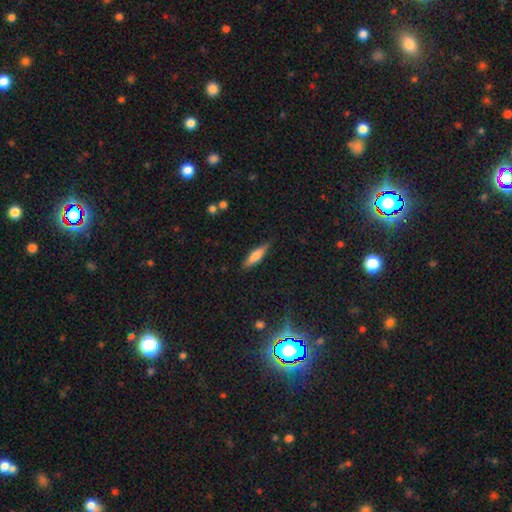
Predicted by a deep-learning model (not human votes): Smooth or featured? smooth (66%)
How rounded? cigar-shaped (65%)
Merging? none (83%)